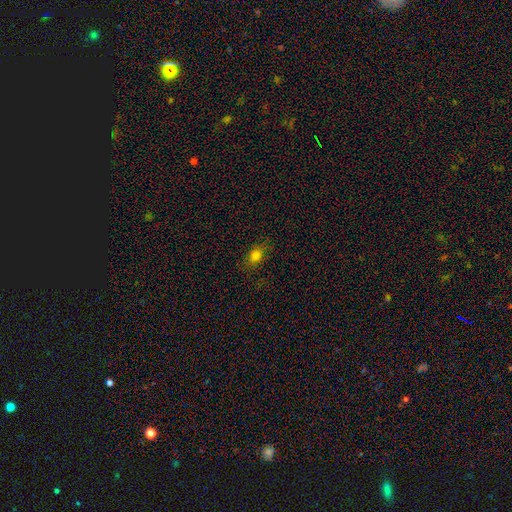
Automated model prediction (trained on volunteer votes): Smooth or featured: smooth — 78% (star or artifact — 13%)
How rounded: in between — 70% (round — 27%)
Merging: none — 80% (minor disturbance — 15%)